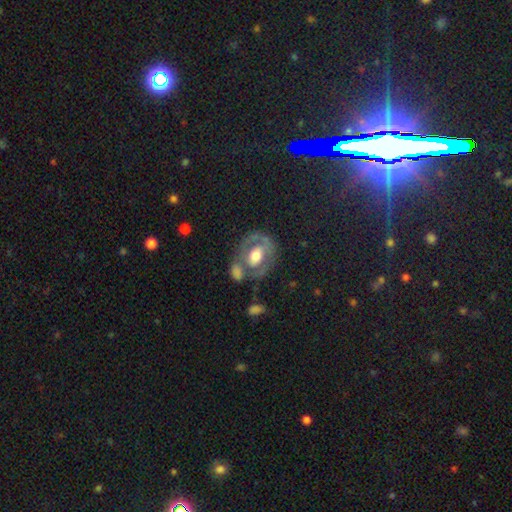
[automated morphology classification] Q: Smooth or featured?
A: featured or disk (63%); runner-up: smooth (30%)
Q: Edge-on disk?
A: no (94%); runner-up: yes (6%)
Q: Bar?
A: no (53%); runner-up: weak (31%)
Q: Spiral arms?
A: no (53%); runner-up: yes (47%)
Q: Bulge size?
A: moderate (58%); runner-up: large (31%)
Q: Merging?
A: none (53%); runner-up: minor disturbance (19%)